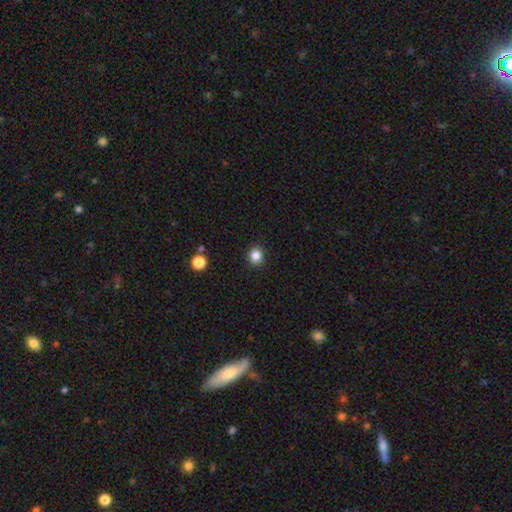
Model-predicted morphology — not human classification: This is clearly a smooth galaxy (85%). How rounded: clearly round (88%). Merging: clearly none (91%).